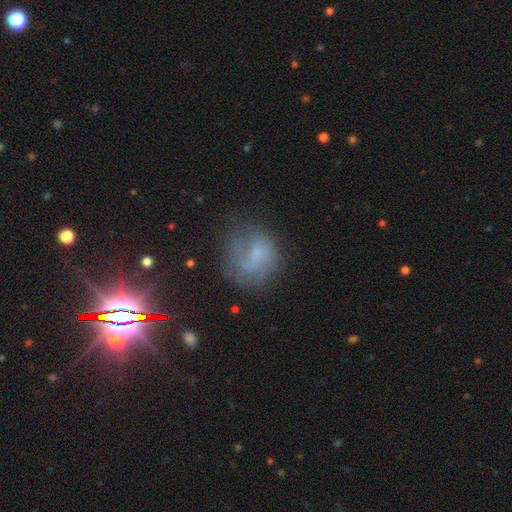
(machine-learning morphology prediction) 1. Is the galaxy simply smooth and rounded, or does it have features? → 47% featured or disk, 37% smooth, 15% star or artifact.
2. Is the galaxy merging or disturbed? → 51% none, 24% minor disturbance, 22% major disturbance, 3% merger.